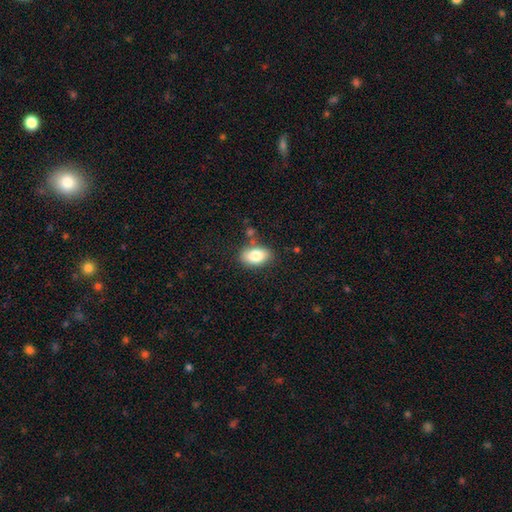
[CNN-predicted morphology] A smooth galaxy with no disk features (81%) that is in between round and cigar-shaped (89%).

Vote fractions:
- Smooth or featured? smooth: 81% / featured or disk: 11% / star or artifact: 7%
- How rounded? in between: 89% / round: 9% / cigar-shaped: 2%
- Merging? none: 75% / minor disturbance: 15% / merger: 6% / major disturbance: 4%